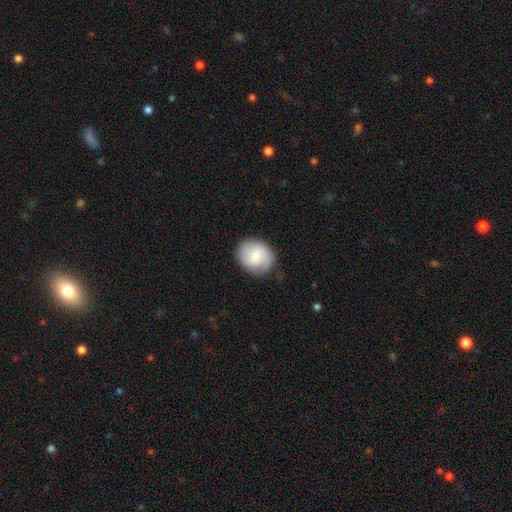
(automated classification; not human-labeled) The model was most divided on "how rounded": round: 61%, in between: 38%, cigar-shaped: 1%. More confident: merging — none (79%); smooth or featured — smooth (65%).